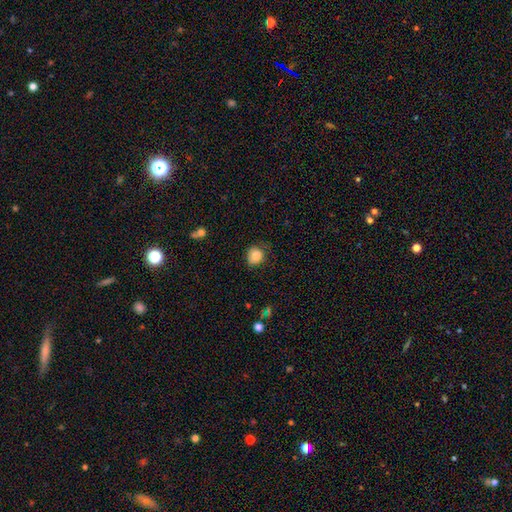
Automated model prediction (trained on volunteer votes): A smooth galaxy with no disk features (84%) that is round (79%).

Vote fractions:
- Smooth or featured? smooth: 84% / star or artifact: 9% / featured or disk: 6%
- How rounded? round: 79% / in between: 20% / cigar-shaped: 1%
- Merging? none: 66% / minor disturbance: 26% / major disturbance: 6% / merger: 2%